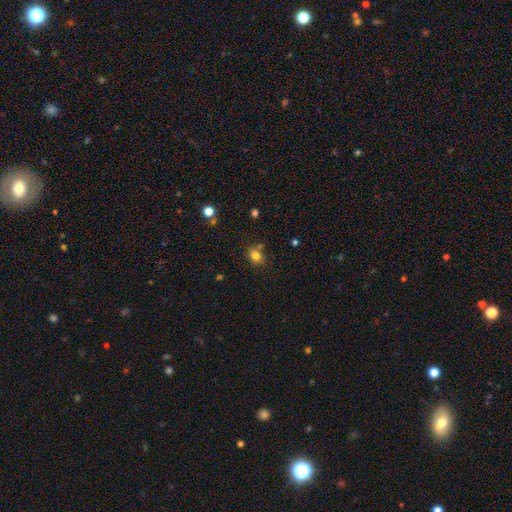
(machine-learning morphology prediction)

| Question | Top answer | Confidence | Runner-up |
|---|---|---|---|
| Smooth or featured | smooth | 80% | star or artifact (13%) |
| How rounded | round | 64% | in between (35%) |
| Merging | none | 71% | minor disturbance (14%) |